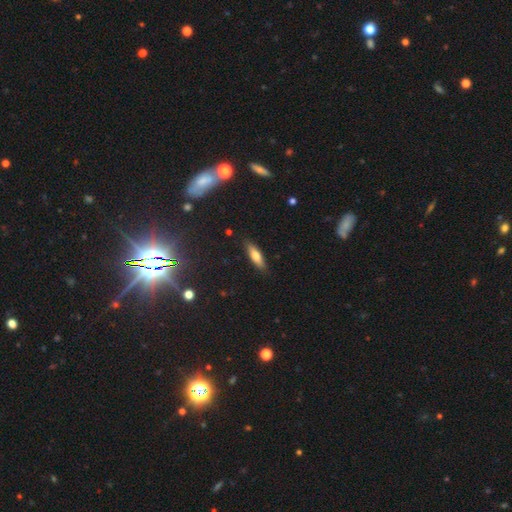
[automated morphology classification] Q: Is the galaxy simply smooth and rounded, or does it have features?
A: smooth — 70%.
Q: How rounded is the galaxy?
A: cigar-shaped — 54%.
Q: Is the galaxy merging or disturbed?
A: none — 85%.